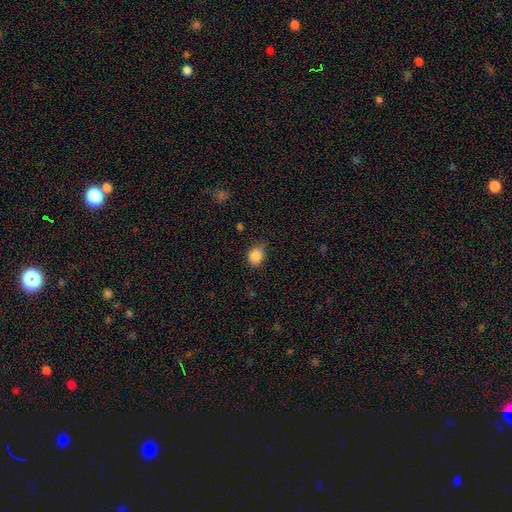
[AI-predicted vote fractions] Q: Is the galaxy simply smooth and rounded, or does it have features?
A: smooth — 87%.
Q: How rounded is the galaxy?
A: round — 52%.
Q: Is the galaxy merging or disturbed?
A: none — 76%.